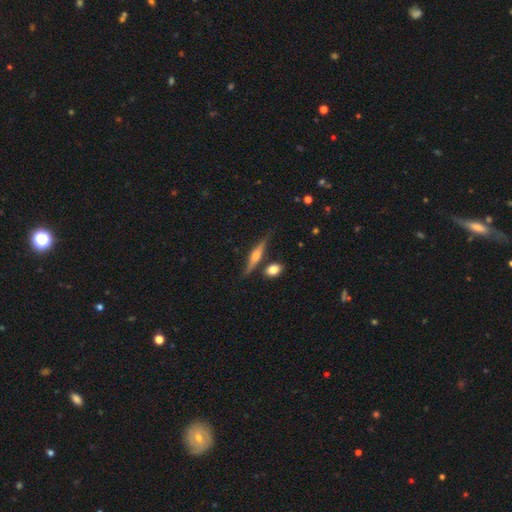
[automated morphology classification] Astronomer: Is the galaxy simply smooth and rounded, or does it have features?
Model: featured or disk — 63%.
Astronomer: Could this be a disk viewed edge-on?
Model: yes — 95%.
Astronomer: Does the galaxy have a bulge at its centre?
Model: rounded — 87%.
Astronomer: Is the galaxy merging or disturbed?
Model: none — 73%.